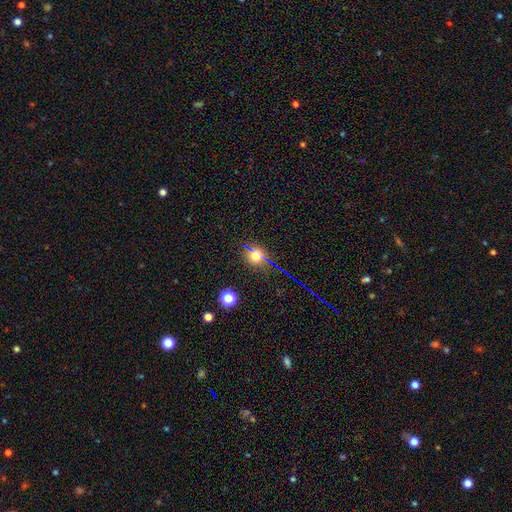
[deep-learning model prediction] smooth_or_featured: smooth (p=0.52) [alt: star or artifact p=0.34]
how_rounded: round (p=0.78) [alt: in between p=0.18]
merging: none (p=0.84) [alt: minor disturbance p=0.10]